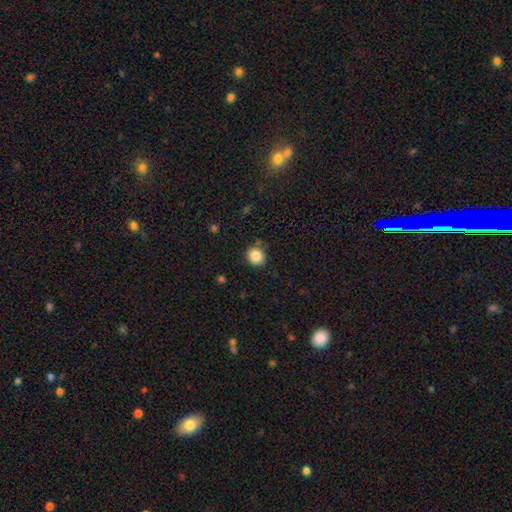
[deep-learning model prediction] Morphology: type=smooth (85%); roundness=round (81%); merging=none (83%).